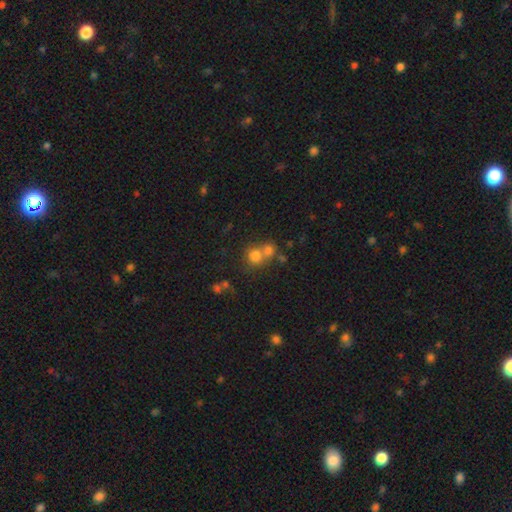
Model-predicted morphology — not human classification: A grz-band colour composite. It shows a smooth galaxy with no disk features (73%) that is round (83%). Merging: merger (47%).